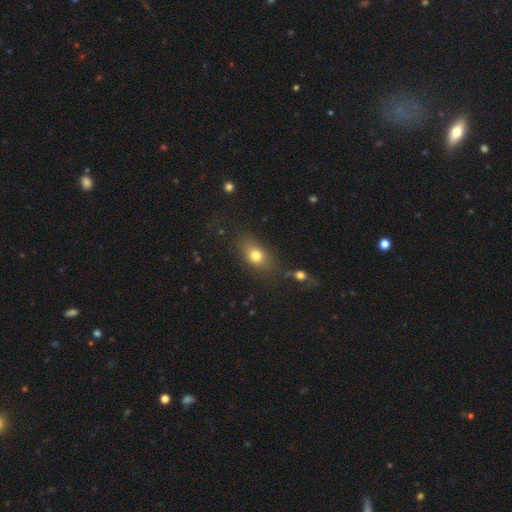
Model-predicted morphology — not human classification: smooth 76%, featured or disk 12%, star or artifact 12%. Down the decision tree: how rounded — in between (68%); merging — none (72%).